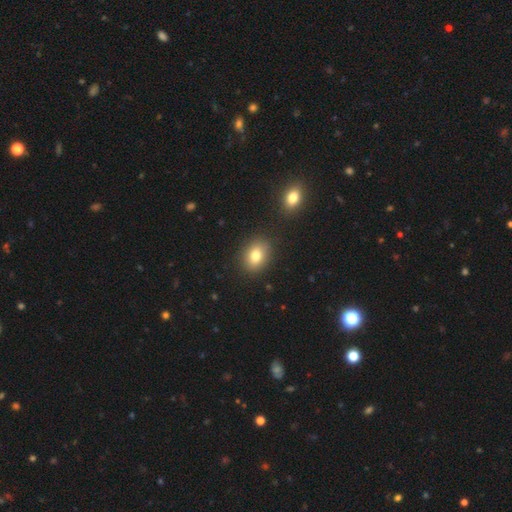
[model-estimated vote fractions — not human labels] Overall: smooth (81%). How rounded: in between (62%; round 37%). Merging: none (86%).